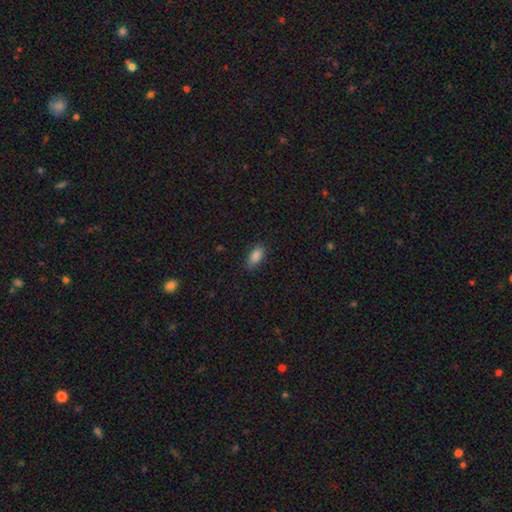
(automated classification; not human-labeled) This appears to be a smooth galaxy with no disk features (87%) that is in between round and cigar-shaped (90%). Merging: none (83%).